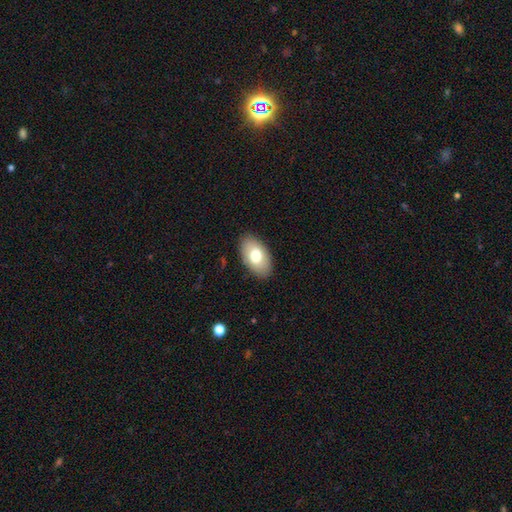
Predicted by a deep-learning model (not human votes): Overall: smooth (74%). How rounded: in between (94%). Merging: none (87%).